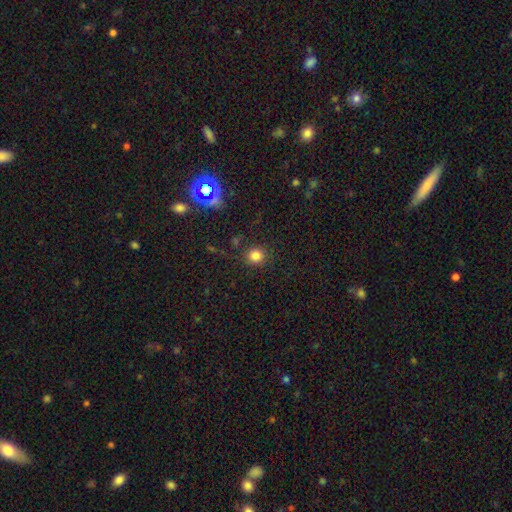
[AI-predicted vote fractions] Morphology: type=smooth (80%); roundness=round (89%); merging=none (85%).